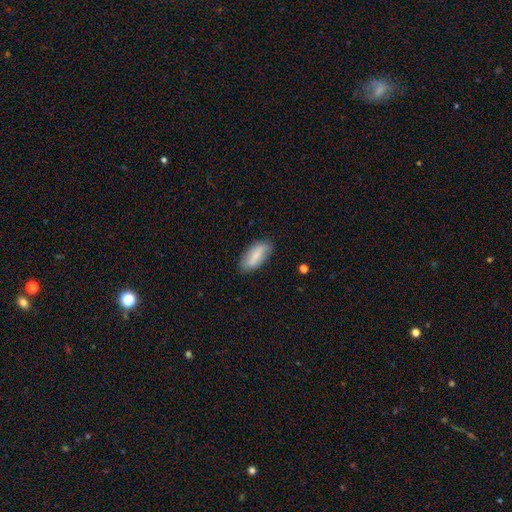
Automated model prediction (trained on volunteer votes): smooth-or-featured: smooth: 75% | featured or disk: 18% | star or artifact: 7%
  how-rounded: in between: 83% | cigar-shaped: 15% | round: 2%
  merging: none: 78% | minor disturbance: 17% | major disturbance: 4% | merger: 2%